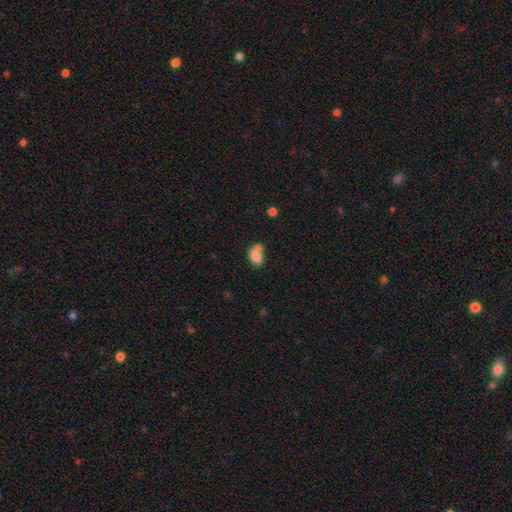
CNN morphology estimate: smooth 80%, featured or disk 10%, star or artifact 9%. Down the decision tree: how rounded — in between (70%); merging — merger (37%, tied with none).